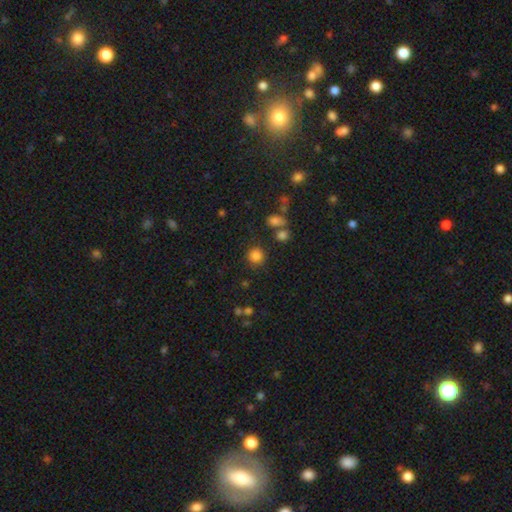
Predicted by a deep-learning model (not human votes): This is clearly a smooth galaxy (83%). How rounded: clearly round (91%). Merging: clearly none (84%).